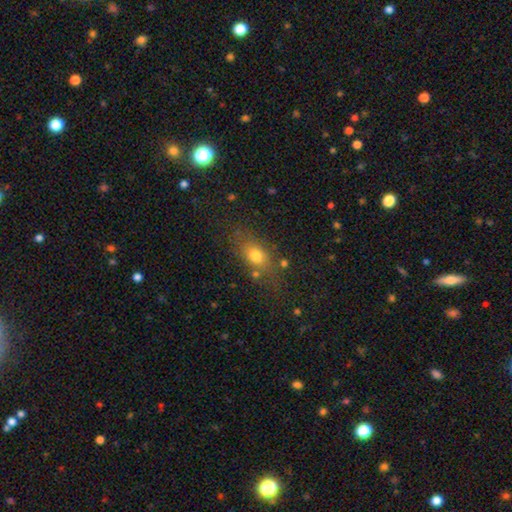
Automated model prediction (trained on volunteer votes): Morphology: type=smooth (71%); roundness=in between (66%); merging=none (67%).